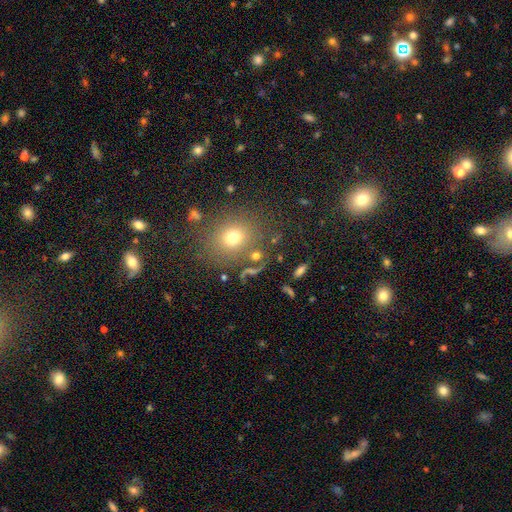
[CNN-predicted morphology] A smooth galaxy with no disk features (58%) that is round (67%). Merging: none (66%).